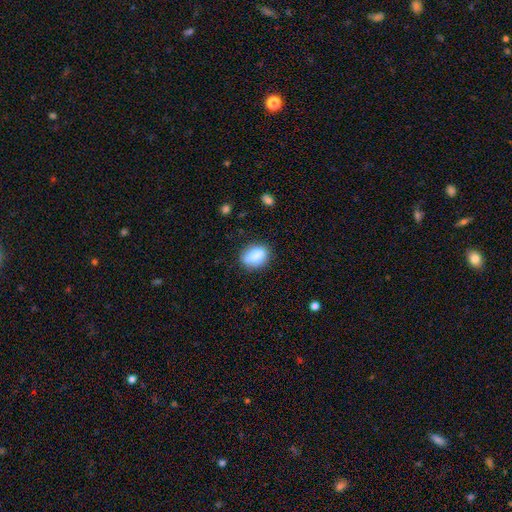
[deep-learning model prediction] This is clearly a smooth galaxy (83%). How rounded: likely in between (72%). Merging: likely none (72%).